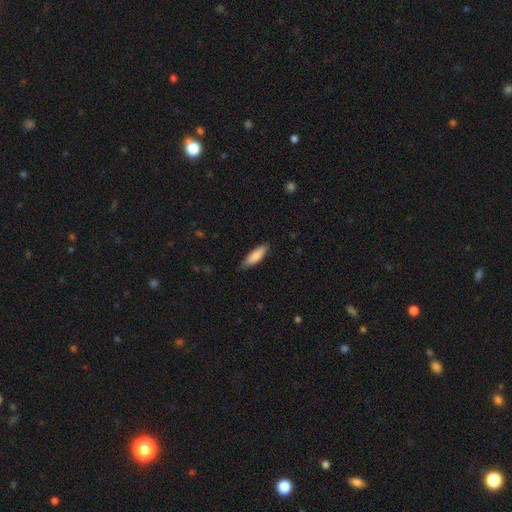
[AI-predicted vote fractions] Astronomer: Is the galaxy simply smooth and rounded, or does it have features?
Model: smooth — 83%.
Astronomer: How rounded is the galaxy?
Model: cigar-shaped — 54% (runner-up: in between, 44%).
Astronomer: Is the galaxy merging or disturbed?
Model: none — 84%.